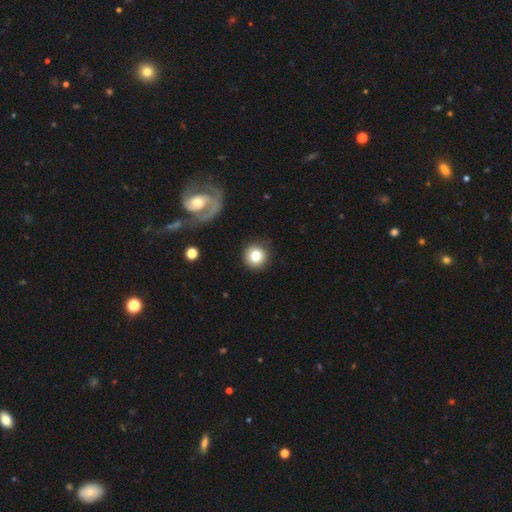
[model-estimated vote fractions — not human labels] Smooth or featured: smooth — 82% (star or artifact — 9%)
How rounded: round — 94% (in between — 5%)
Merging: none — 88% (minor disturbance — 7%)